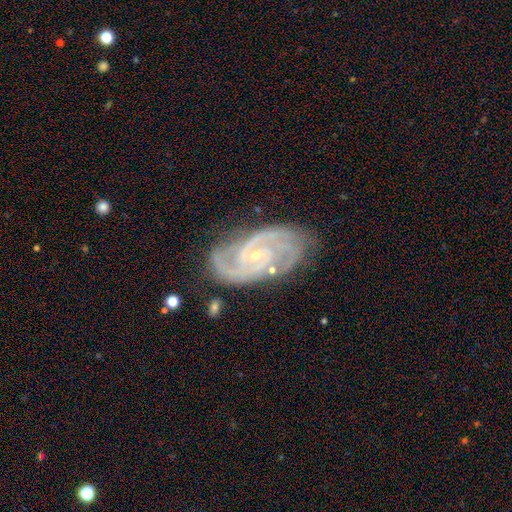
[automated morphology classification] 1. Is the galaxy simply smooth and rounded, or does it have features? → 91% featured or disk, 6% star or artifact, 3% smooth.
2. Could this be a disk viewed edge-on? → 97% no, 3% yes.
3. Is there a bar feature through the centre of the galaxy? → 53% no, 35% weak, 13% strong.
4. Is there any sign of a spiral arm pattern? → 98% yes, 2% no.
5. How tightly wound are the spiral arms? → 60% tight, 35% medium, 5% loose.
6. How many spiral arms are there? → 55% 2, 22% 3, 8% can't tell, 7% 4, 4% more than 4, 4% 1.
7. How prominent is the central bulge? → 83% small, 13% moderate, 3% none, 1% large, 1% dominant.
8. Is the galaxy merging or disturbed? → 75% none, 18% minor disturbance, 5% major disturbance, 3% merger.